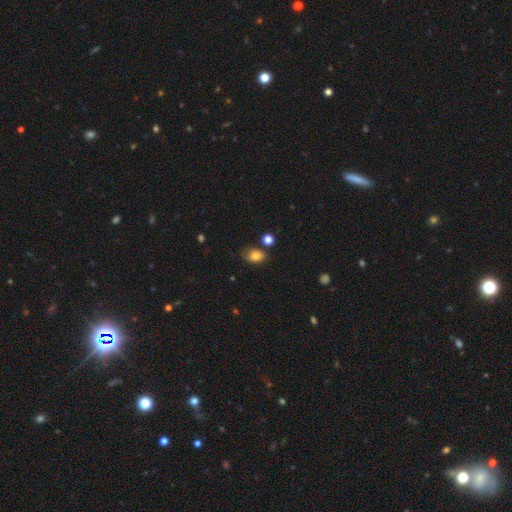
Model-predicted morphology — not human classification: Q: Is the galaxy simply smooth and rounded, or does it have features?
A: smooth — 81%.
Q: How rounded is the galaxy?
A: in between — 78%.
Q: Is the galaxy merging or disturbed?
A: none — 65%.